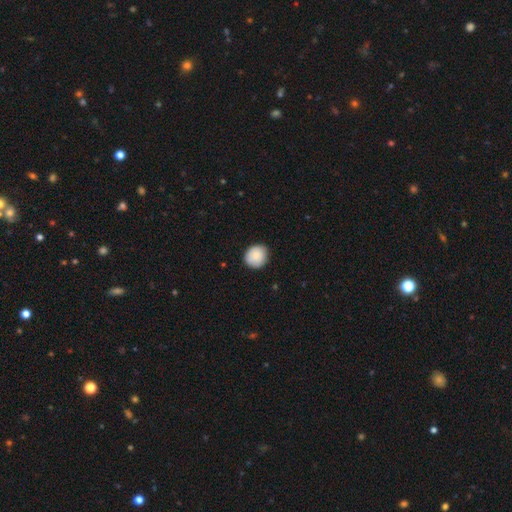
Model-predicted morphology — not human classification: Smooth or featured: smooth — 87% (star or artifact — 7%)
How rounded: round — 82% (in between — 17%)
Merging: none — 84% (minor disturbance — 13%)